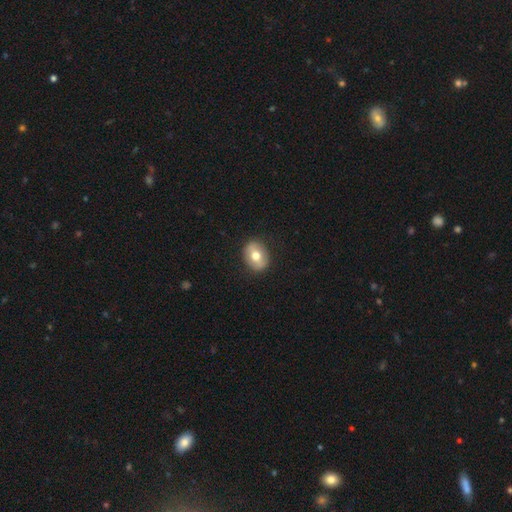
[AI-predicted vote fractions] A smooth galaxy with no disk features (63%) that is in between round and cigar-shaped (52%). Merging: none (87%).